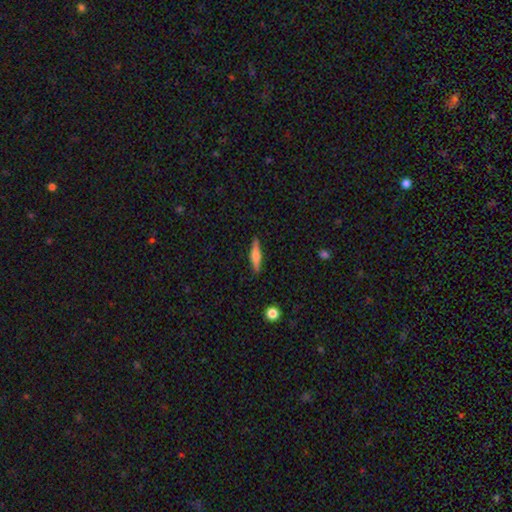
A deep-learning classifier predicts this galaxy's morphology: A smooth galaxy with no disk features (49%).

Vote fractions:
- Smooth or featured? smooth: 49% / featured or disk: 45% / star or artifact: 6%
- Merging? none: 88% / minor disturbance: 9% / major disturbance: 2% / merger: 1%